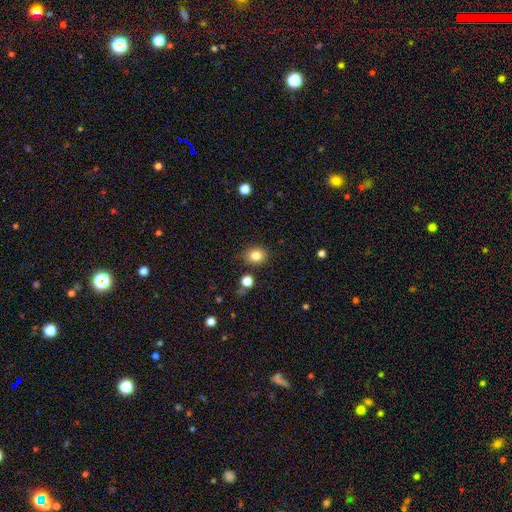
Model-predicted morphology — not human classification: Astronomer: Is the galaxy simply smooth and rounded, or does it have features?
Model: smooth — 82%.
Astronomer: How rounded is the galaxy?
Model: round — 60% (runner-up: in between, 39%).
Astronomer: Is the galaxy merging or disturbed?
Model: none — 85%.